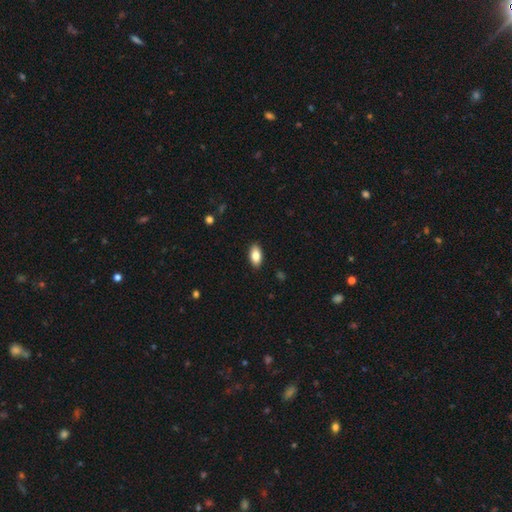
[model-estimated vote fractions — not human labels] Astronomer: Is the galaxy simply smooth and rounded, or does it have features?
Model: smooth — 84%.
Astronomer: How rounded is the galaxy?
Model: in between — 92%.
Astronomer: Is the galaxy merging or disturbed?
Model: none — 90%.